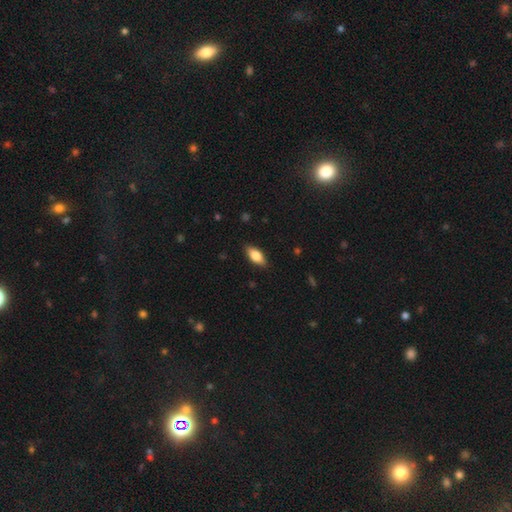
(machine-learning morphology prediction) type=smooth (75%); roundness=in between (83%); merging=none (87%).